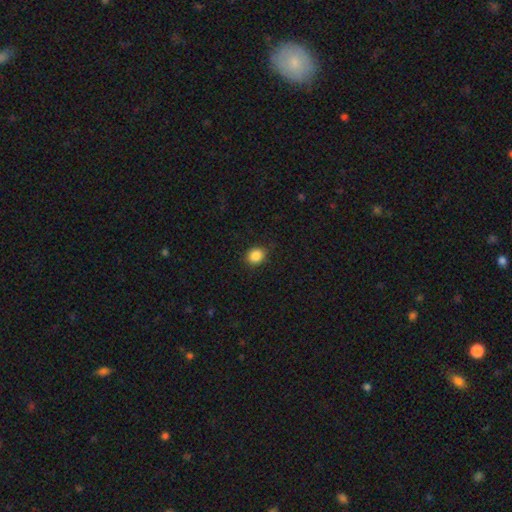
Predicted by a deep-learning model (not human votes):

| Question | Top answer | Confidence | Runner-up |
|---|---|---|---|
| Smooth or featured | smooth | 87% | star or artifact (10%) |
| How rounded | round | 67% | in between (32%) |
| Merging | none | 87% | minor disturbance (10%) |